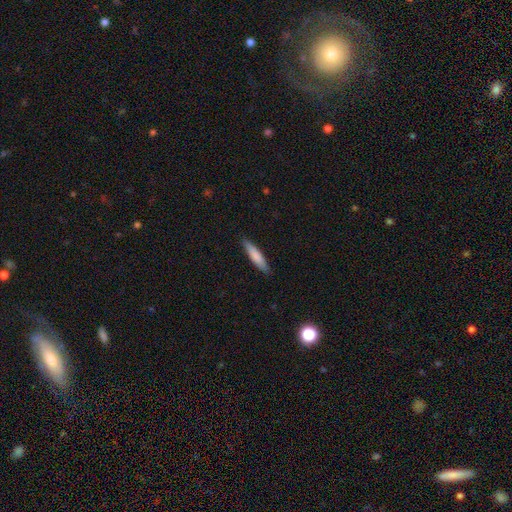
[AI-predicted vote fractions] smooth_or_featured: smooth (p=0.78) [alt: featured or disk p=0.16]
how_rounded: cigar-shaped (p=0.83) [alt: in between p=0.15]
merging: none (p=0.87) [alt: minor disturbance p=0.10]